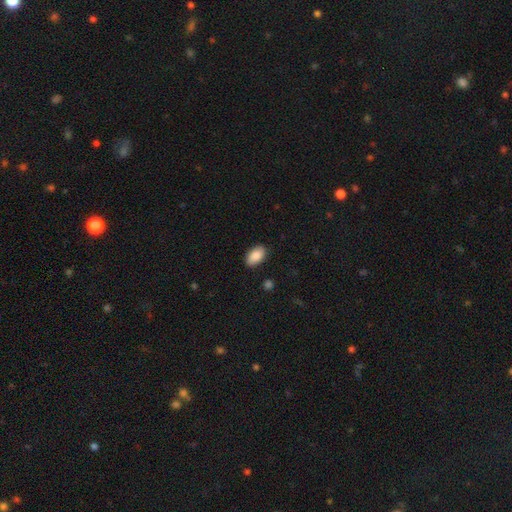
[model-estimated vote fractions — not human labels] Morphology: type=smooth (87%); roundness=in between (93%); merging=none (87%).